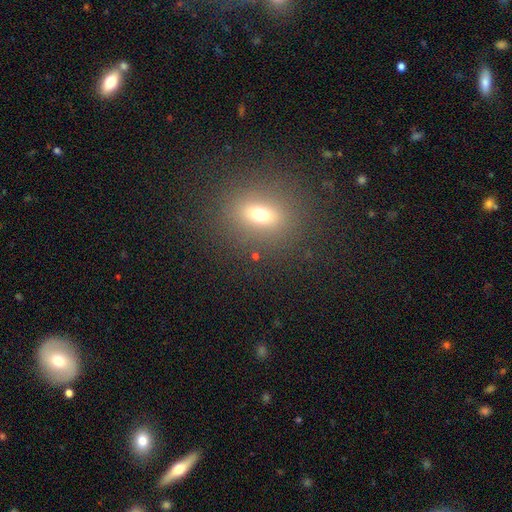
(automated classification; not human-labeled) smooth 60%, featured or disk 22%, star or artifact 19%. Down the decision tree: how rounded — in between (54%); merging — none (85%).